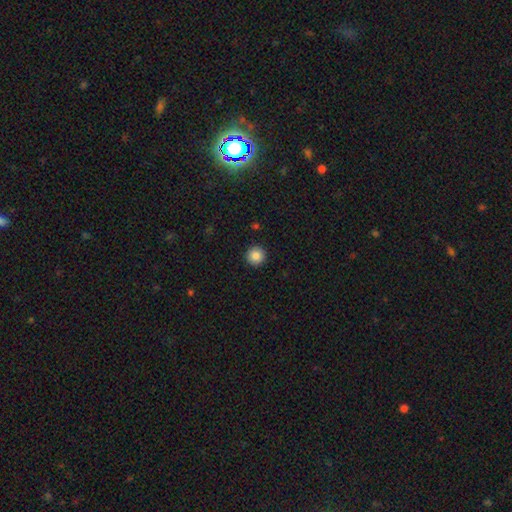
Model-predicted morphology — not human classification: type=smooth (87%); roundness=round (96%); merging=none (93%).